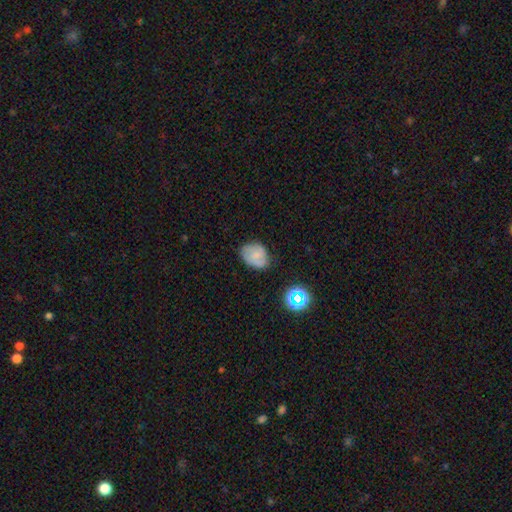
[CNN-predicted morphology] The model was most divided on "how rounded": in between: 59%, round: 40%, cigar-shaped: 1%. More confident: merging — none (65%); smooth or featured — smooth (61%).